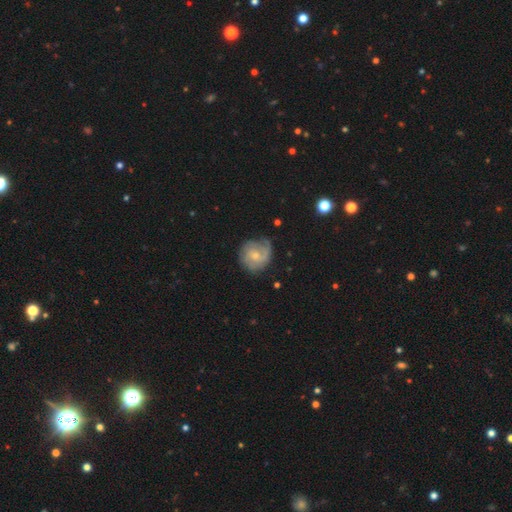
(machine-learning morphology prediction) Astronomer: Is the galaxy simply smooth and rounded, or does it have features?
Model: featured or disk — 70%.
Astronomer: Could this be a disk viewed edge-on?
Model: no — 98%.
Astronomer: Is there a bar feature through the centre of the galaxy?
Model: no — 67%.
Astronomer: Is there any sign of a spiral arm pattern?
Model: yes — 91%.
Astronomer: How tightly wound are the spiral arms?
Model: tight — 52% (runner-up: medium, 35%).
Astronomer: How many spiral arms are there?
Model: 2 — 41% (runner-up: can't tell, 27%).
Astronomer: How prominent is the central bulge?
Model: small — 57% (runner-up: moderate, 38%).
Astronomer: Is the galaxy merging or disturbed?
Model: none — 67%.